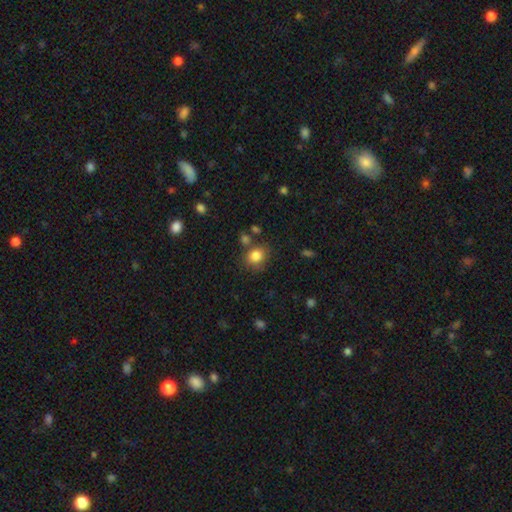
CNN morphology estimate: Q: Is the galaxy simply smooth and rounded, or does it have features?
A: smooth — 83%.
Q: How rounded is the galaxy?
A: round — 63%.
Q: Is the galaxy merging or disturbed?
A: none — 72%.